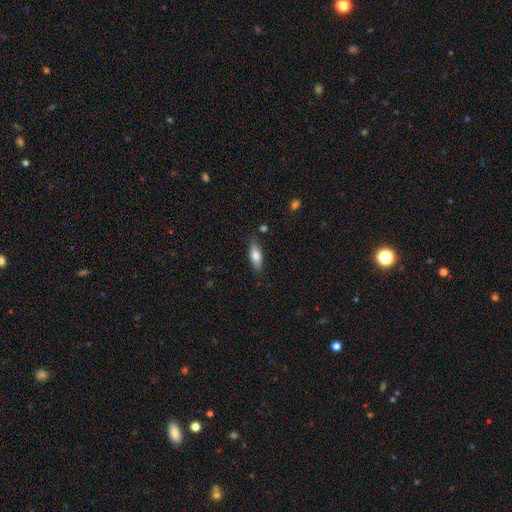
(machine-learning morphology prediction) type=smooth (76%); roundness=in between (70%); merging=none (82%).